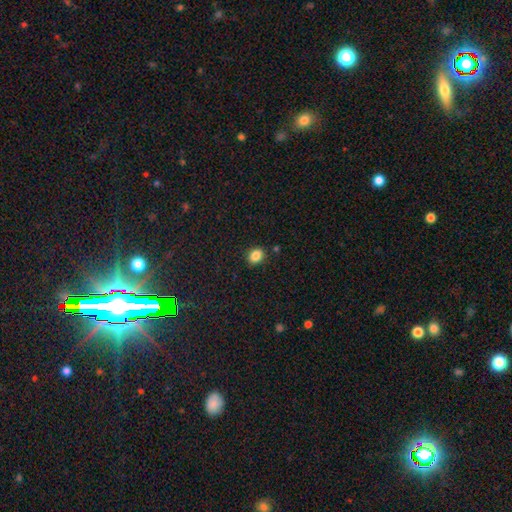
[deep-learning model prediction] smooth 86%, star or artifact 10%, featured or disk 4%. Down the decision tree: how rounded — round (50%); merging — none (85%).